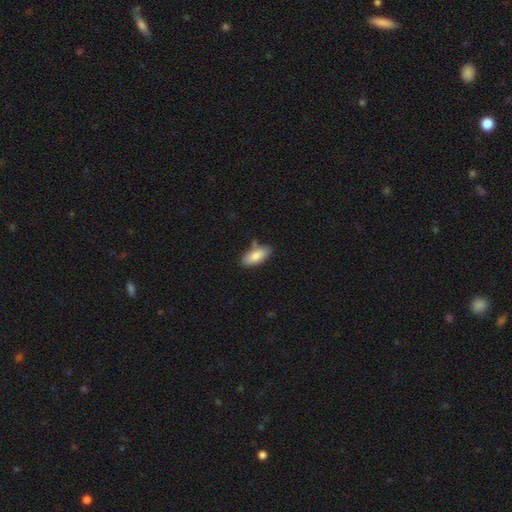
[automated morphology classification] Smooth or featured?
  - smooth: 83% *
  - featured or disk: 11%
  - star or artifact: 6%
How rounded?
  - in between: 87% *
  - cigar-shaped: 11%
  - round: 2%
Merging?
  - none: 73% *
  - minor disturbance: 18%
  - merger: 6%
  - major disturbance: 3%